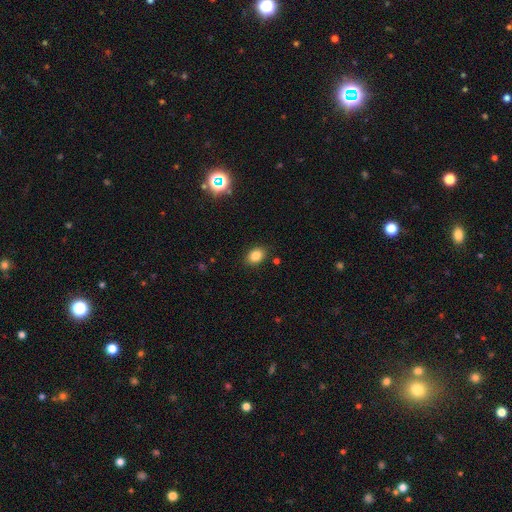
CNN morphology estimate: smooth_or_featured: smooth (p=0.84) [alt: star or artifact p=0.10]
how_rounded: in between (p=0.75) [alt: round p=0.24]
merging: none (p=0.87) [alt: minor disturbance p=0.09]